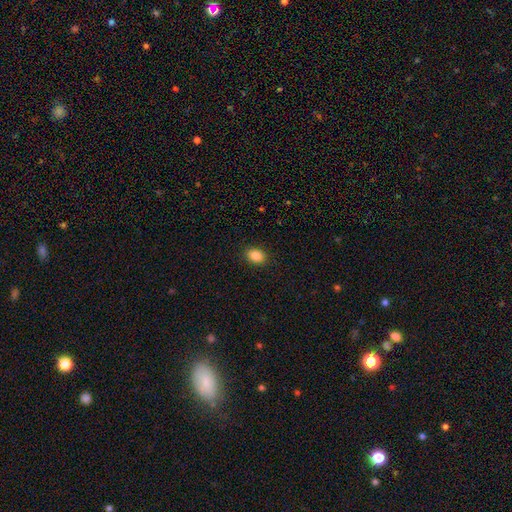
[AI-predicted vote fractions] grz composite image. It shows a smooth galaxy with no disk features (87%) that is in between round and cigar-shaped (73%). Merging: none (90%).